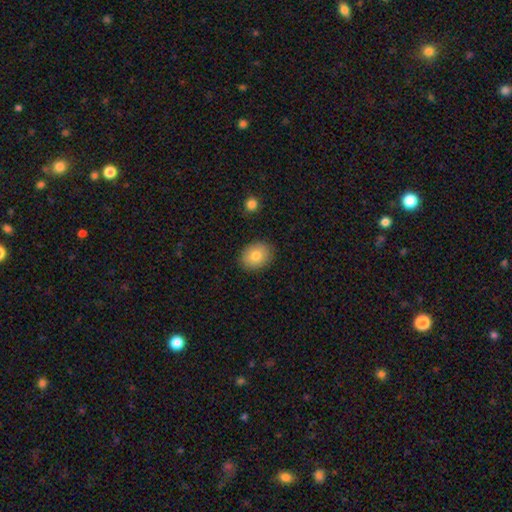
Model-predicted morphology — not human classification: Smooth or featured? Predicted: smooth (p=0.80). How rounded? Predicted: in between (p=0.53). Merging? Predicted: none (p=0.87).